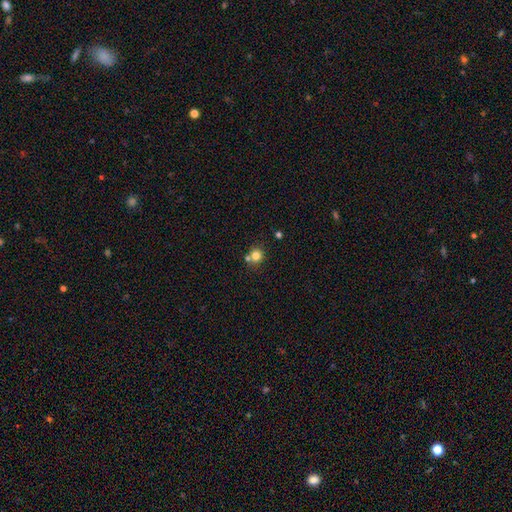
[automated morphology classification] The model was most divided on "merging": none: 63%, merger: 26%, minor disturbance: 8%, major disturbance: 3%. More confident: how rounded — round (86%); smooth or featured — smooth (79%).